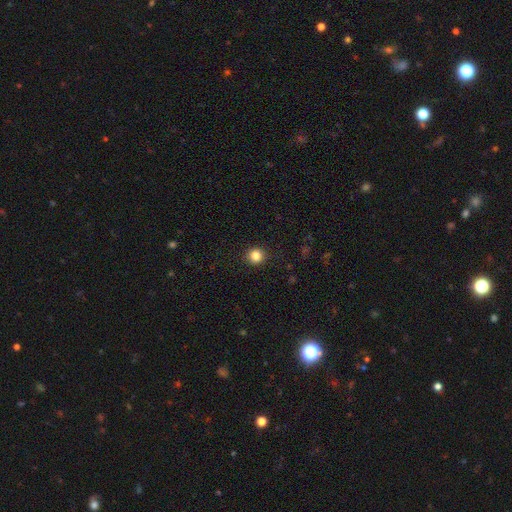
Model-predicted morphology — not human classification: type=smooth (84%); roundness=round (93%); merging=none (92%).